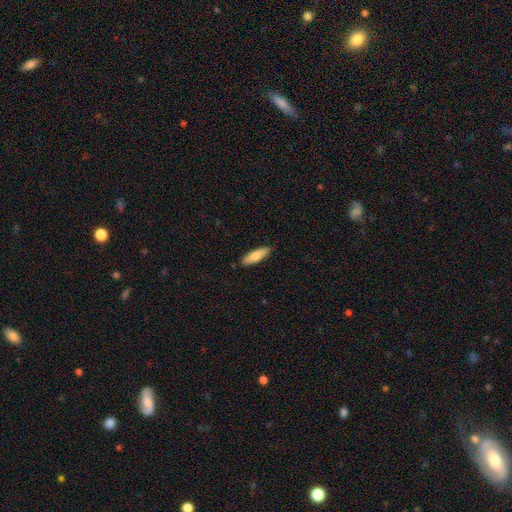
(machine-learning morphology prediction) A smooth galaxy with no disk features (73%) that is cigar-shaped (49%, tied with in between).

Vote fractions:
- Smooth or featured? smooth: 73% / featured or disk: 21% / star or artifact: 5%
- How rounded? cigar-shaped: 49% (tied) / in between: 49% (tied) / round: 2%
- Merging? none: 89% / minor disturbance: 8% / major disturbance: 1% / merger: 1%